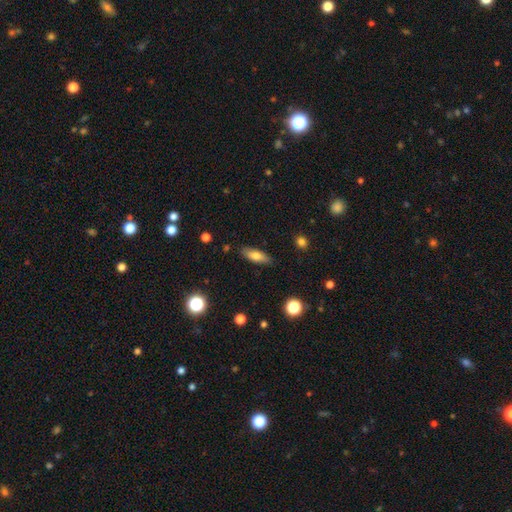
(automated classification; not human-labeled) smooth_or_featured: smooth (p=0.72) [alt: featured or disk p=0.21]
how_rounded: in between (p=0.61) [alt: cigar-shaped p=0.36]
merging: none (p=0.85) [alt: minor disturbance p=0.11]